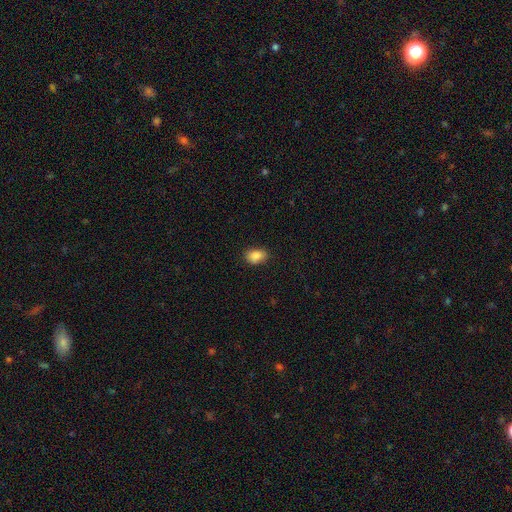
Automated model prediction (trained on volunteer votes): This is clearly a smooth galaxy (87%). How rounded: likely in between (77%). Merging: clearly none (83%).